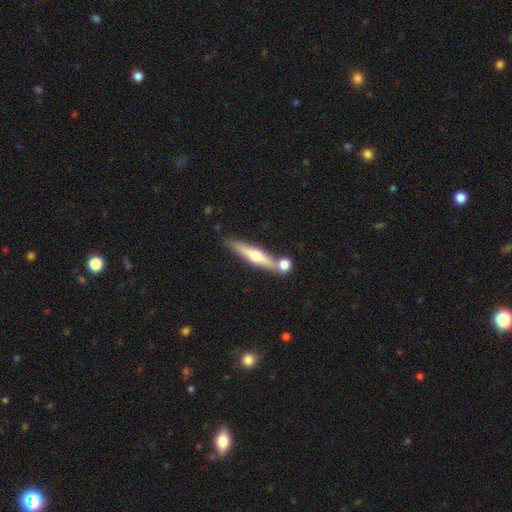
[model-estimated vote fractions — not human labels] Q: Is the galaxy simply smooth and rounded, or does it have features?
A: featured or disk — 53%.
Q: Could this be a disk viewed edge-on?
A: yes — 93%.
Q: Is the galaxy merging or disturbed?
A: none — 66%.